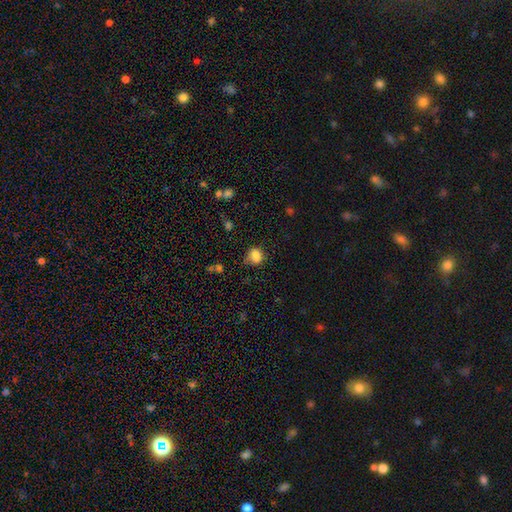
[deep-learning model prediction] A smooth galaxy with no disk features (80%) that is round (51%).

Vote fractions:
- Smooth or featured? smooth: 80% / star or artifact: 12% / featured or disk: 9%
- How rounded? round: 51% / in between: 48% / cigar-shaped: 1%
- Merging? none: 53% / minor disturbance: 28% / major disturbance: 11% / merger: 8%